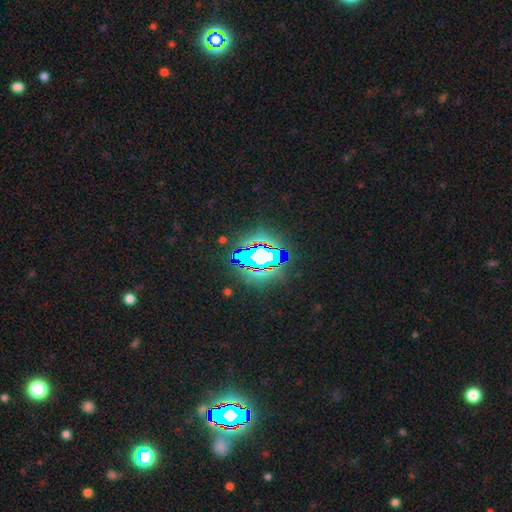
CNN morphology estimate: smooth-or-featured: star or artifact: 72% | smooth: 14% | featured or disk: 14%